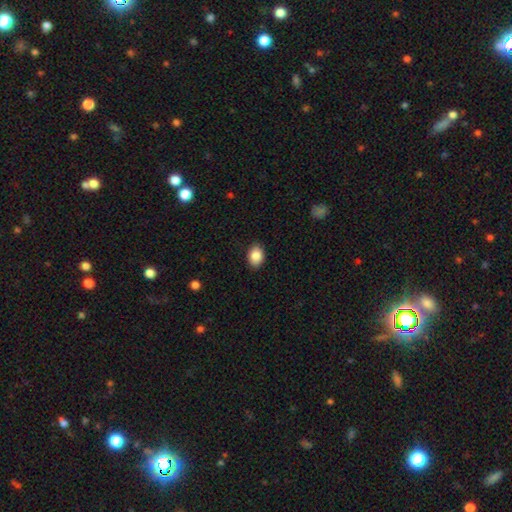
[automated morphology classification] This appears to be a smooth galaxy with no disk features (87%) that is in between round and cigar-shaped (76%). Merging: none (88%).